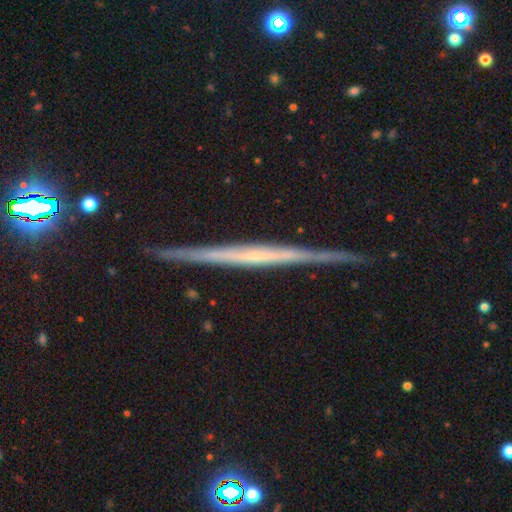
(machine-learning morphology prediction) The model was most divided on "edge-on bulge": none: 73%, rounded: 17%, boxy: 9%. More confident: edge-on disk — yes (98%); merging — none (89%); smooth or featured — featured or disk (77%).